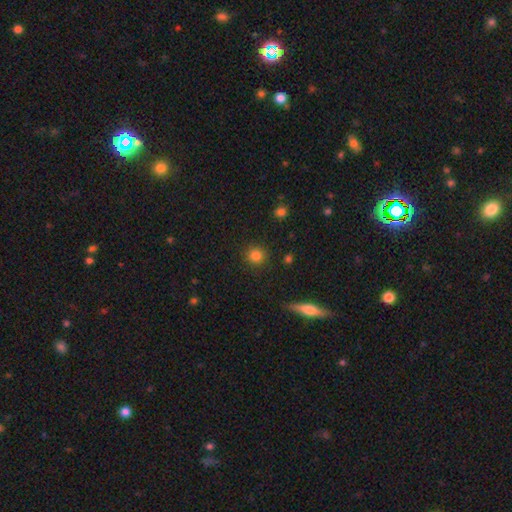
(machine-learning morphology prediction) smooth_or_featured: smooth (p=0.83) [alt: star or artifact p=0.12]
how_rounded: round (p=0.92) [alt: in between p=0.07]
merging: none (p=0.89) [alt: minor disturbance p=0.07]